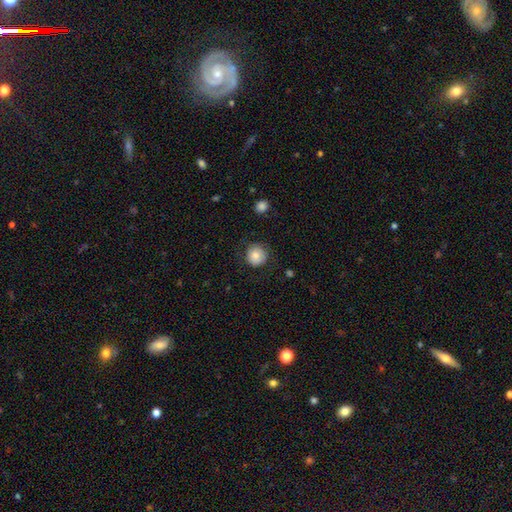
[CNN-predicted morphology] smooth-or-featured: smooth: 80% | featured or disk: 11% | star or artifact: 9%
  how-rounded: round: 93% | in between: 6% | cigar-shaped: 1%
  merging: none: 78% | minor disturbance: 15% | major disturbance: 6% | merger: 1%